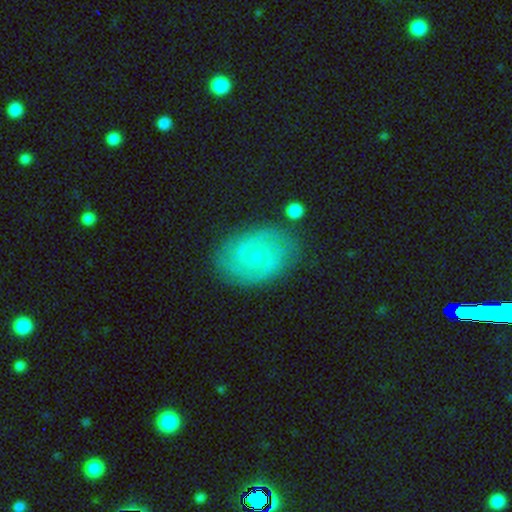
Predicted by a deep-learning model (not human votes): This is likely a featured or disk galaxy (65%). It is clearly not viewed edge-on (97%). Bar: likely no (70%). Spiral arm pattern: clearly yes (91%). Spiral arm count: possibly 2 (47%). Spiral winding: possibly tight (55%). Central bulge: likely small (79%). Merging: likely none (79%).